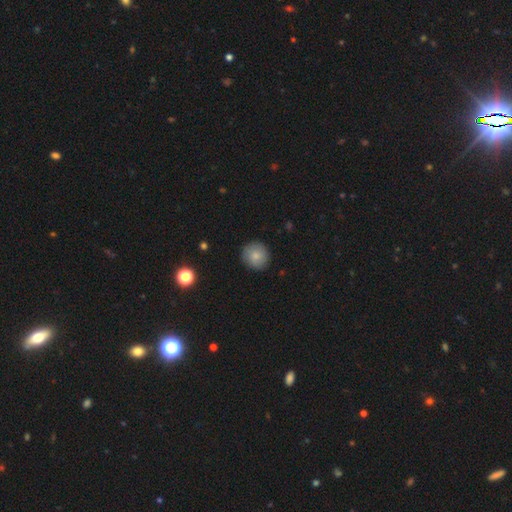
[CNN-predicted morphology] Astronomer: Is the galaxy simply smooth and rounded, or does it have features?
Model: smooth — 82%.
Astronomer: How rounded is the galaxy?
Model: round — 91%.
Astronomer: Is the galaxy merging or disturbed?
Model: none — 88%.